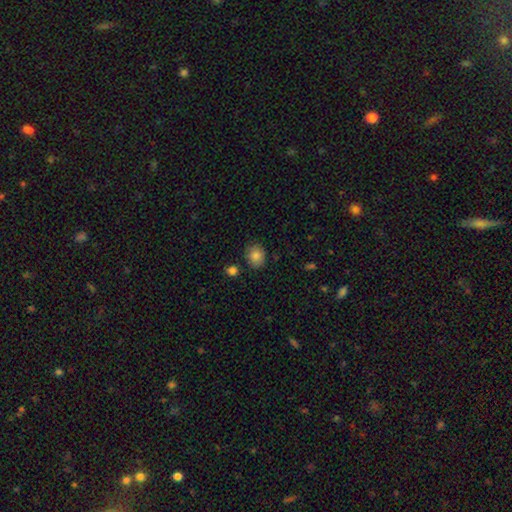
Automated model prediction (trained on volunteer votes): Smooth or featured? Predicted: smooth (p=0.85). How rounded? Predicted: round (p=0.67). Merging? Predicted: none (p=0.82).